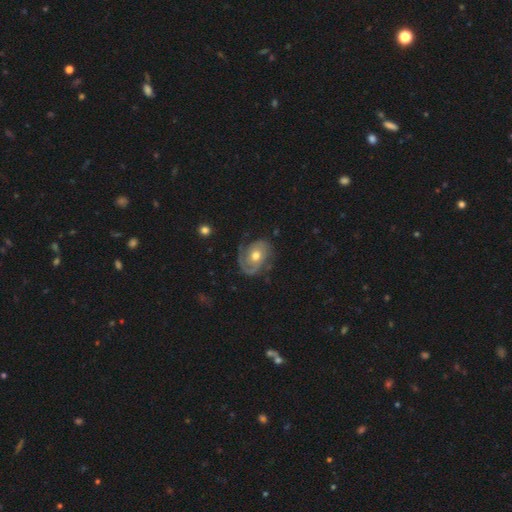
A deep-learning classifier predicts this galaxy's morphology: A featured or disk galaxy (79%) with no bar (77%), 2 (54%) tight (49%) spiral arms (91%) and a moderate central bulge (75%). Merging: none (65%).